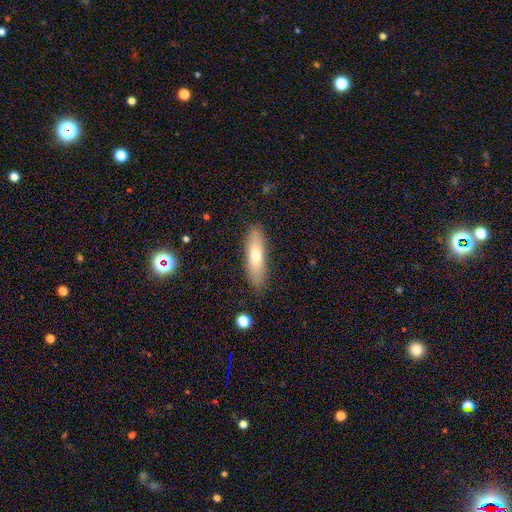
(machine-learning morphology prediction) This is likely a smooth galaxy (68%). How rounded: likely cigar-shaped (63%). Merging: clearly none (84%).